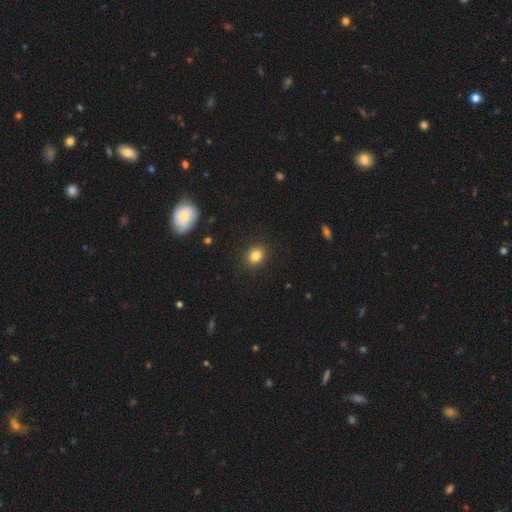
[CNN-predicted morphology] Overall: smooth (83%). How rounded: round (57%; in between 42%). Merging: none (89%).